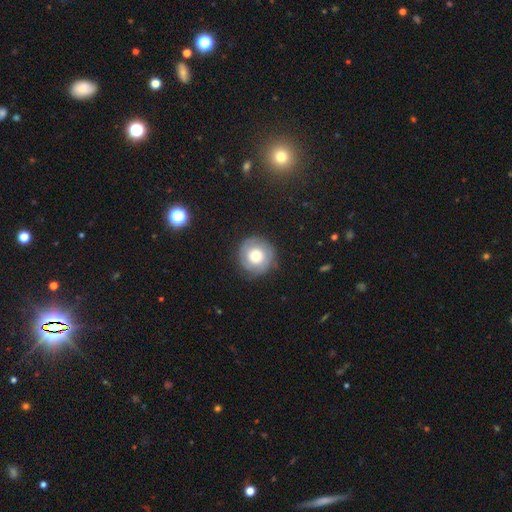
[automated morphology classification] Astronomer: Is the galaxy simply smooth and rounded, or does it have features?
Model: smooth — 50% (runner-up: featured or disk, 43%).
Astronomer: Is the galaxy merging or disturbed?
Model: none — 82%.